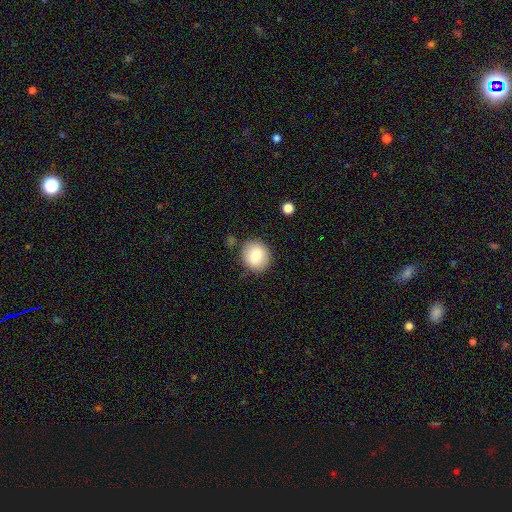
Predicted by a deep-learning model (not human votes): Overall: smooth (81%). How rounded: round (82%). Merging: none (84%).